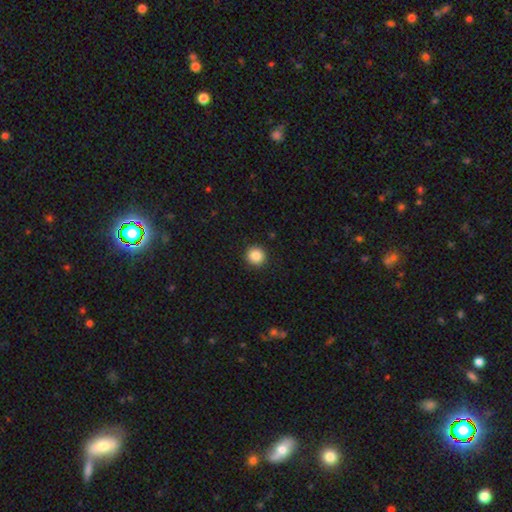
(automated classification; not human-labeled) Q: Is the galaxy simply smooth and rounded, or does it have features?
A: smooth — 88%.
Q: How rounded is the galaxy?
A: round — 94%.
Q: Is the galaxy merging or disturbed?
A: none — 92%.